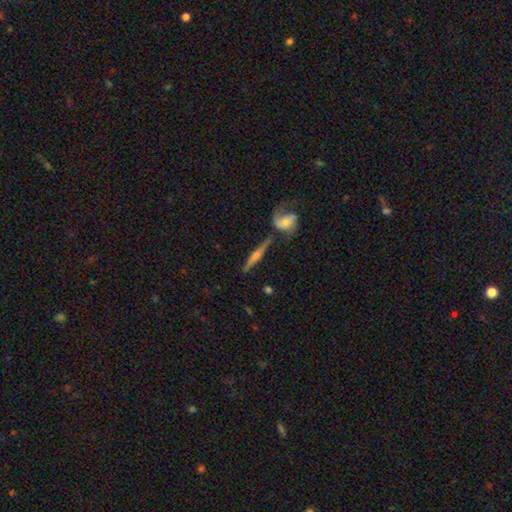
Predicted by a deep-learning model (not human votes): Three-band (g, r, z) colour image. It shows a featured or disk galaxy (72%) viewed edge-on (89%) with a rounded central bulge (82%). Merging: none (67%).